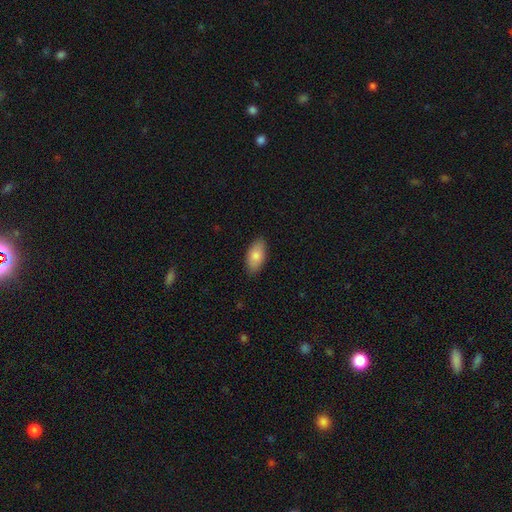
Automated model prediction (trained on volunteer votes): This appears to be a smooth galaxy with no disk features (82%) that is in between round and cigar-shaped (93%). Merging: none (86%).